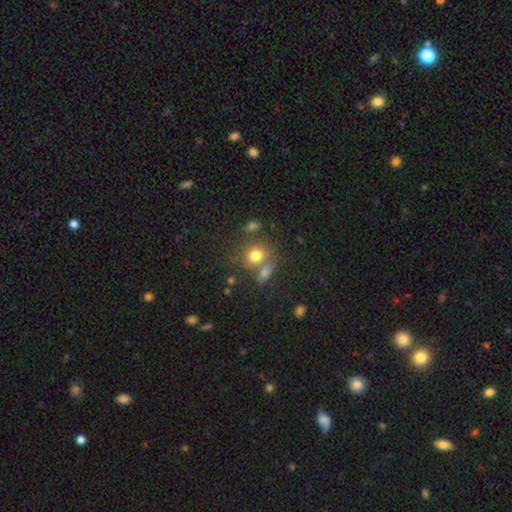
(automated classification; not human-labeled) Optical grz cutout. It shows a smooth galaxy with no disk features (76%) that is round (73%). Merging: none (49%).